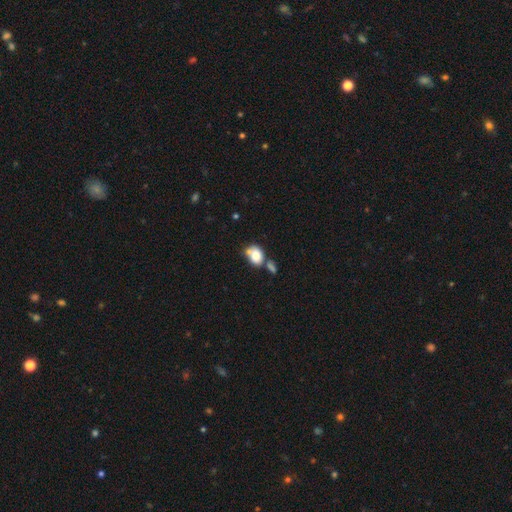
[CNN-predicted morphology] This is likely a smooth galaxy (75%). How rounded: likely in between (63%). Merging: marginally merger (40%).